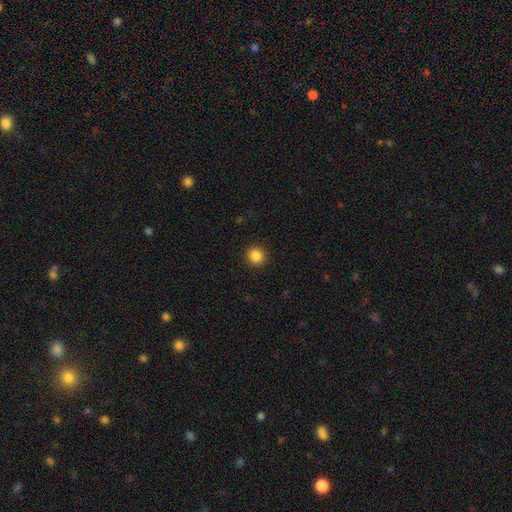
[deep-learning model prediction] smooth 86%, star or artifact 11%, featured or disk 3%. Down the decision tree: how rounded — round (94%); merging — none (92%).